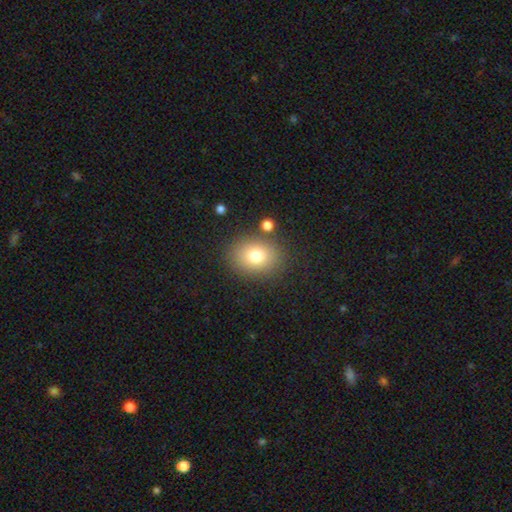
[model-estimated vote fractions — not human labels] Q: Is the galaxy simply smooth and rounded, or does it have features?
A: smooth — 78%.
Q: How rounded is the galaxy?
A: in between — 53%.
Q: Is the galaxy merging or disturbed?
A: none — 81%.